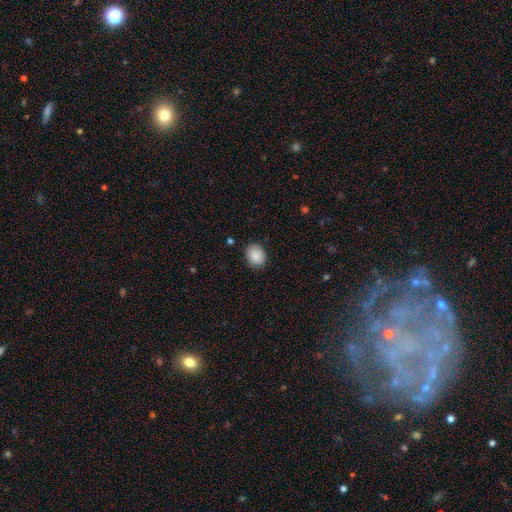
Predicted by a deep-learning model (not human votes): A smooth galaxy with no disk features (87%) that is round (60%). Merging: none (86%).